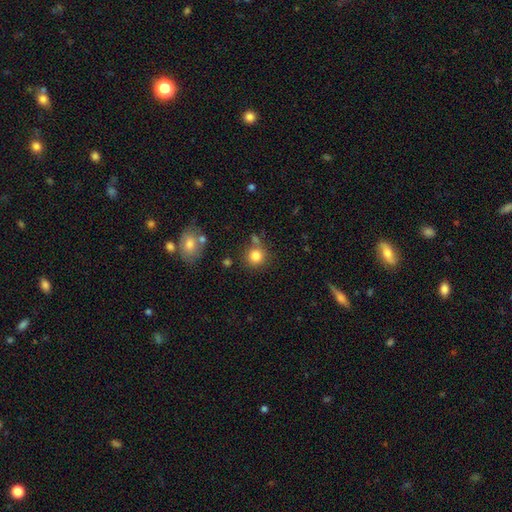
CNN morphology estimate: smooth 82%, star or artifact 11%, featured or disk 7%. Down the decision tree: how rounded — round (90%); merging — none (74%).